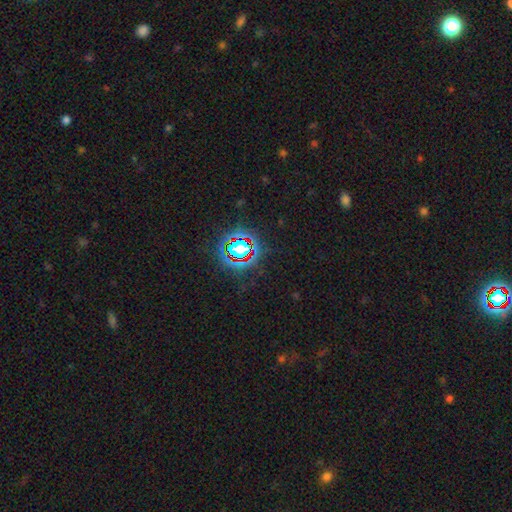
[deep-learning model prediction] smooth_or_featured: star or artifact (p=0.77) [alt: smooth p=0.15]